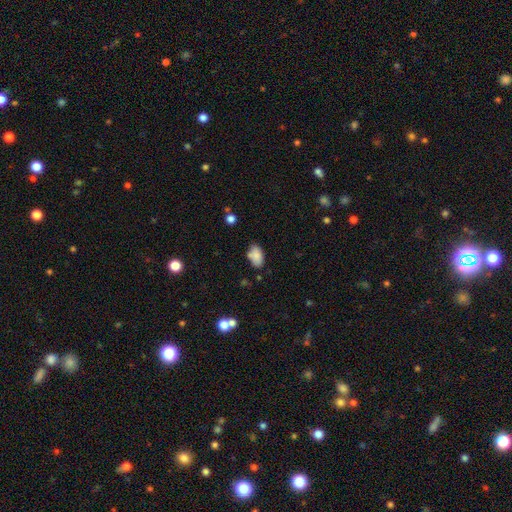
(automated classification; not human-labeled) Smooth or featured: smooth — 84% (star or artifact — 8%)
How rounded: in between — 91% (round — 7%)
Merging: none — 68% (minor disturbance — 21%)